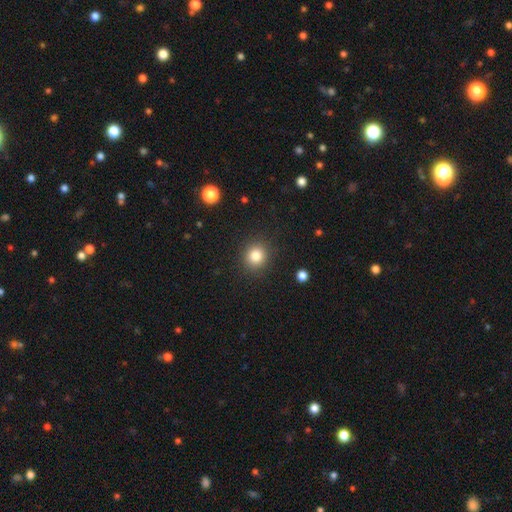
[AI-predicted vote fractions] Q: Smooth or featured?
A: smooth (83%); runner-up: star or artifact (11%)
Q: How rounded?
A: round (89%); runner-up: in between (10%)
Q: Merging?
A: none (90%); runner-up: minor disturbance (7%)